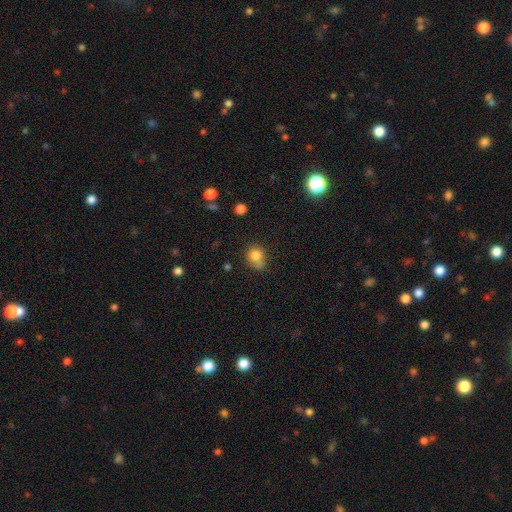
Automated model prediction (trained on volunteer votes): Q: Smooth or featured?
A: smooth (80%); runner-up: star or artifact (12%)
Q: How rounded?
A: round (69%); runner-up: in between (30%)
Q: Merging?
A: none (47%); runner-up: minor disturbance (27%)